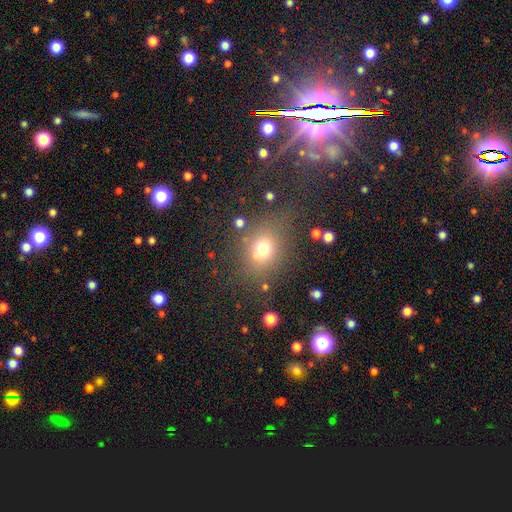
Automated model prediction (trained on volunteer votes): The model was most divided on "how rounded": round: 60%, in between: 38%, cigar-shaped: 2%. More confident: merging — none (73%); smooth or featured — smooth (63%).